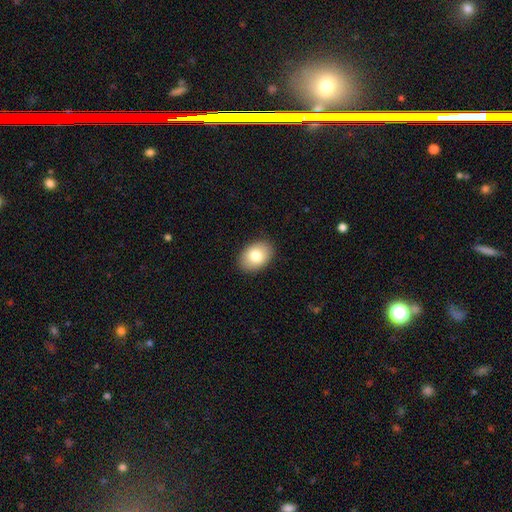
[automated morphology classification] Smooth or featured? Predicted: smooth (p=0.81). How rounded? Predicted: in between (p=0.82). Merging? Predicted: none (p=0.89).